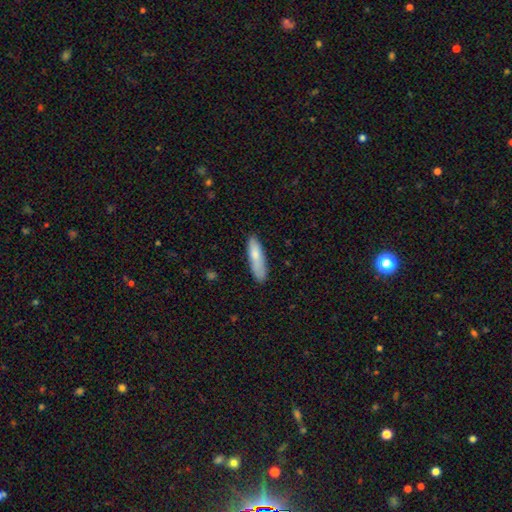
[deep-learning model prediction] A smooth galaxy with no disk features (78%) that is cigar-shaped (67%). Merging: none (74%).